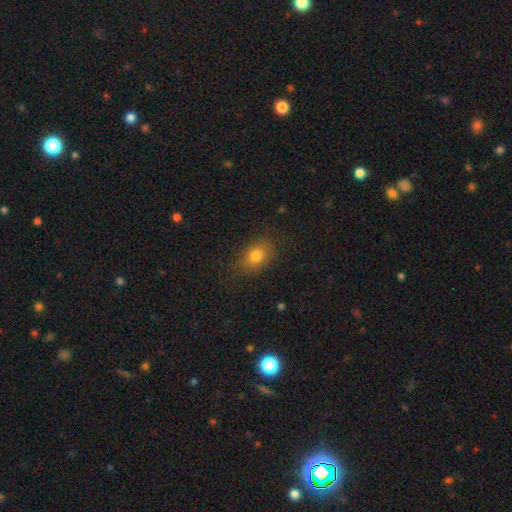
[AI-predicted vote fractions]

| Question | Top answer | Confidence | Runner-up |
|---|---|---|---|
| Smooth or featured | smooth | 80% | star or artifact (10%) |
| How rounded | in between | 75% | round (23%) |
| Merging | none | 81% | minor disturbance (13%) |